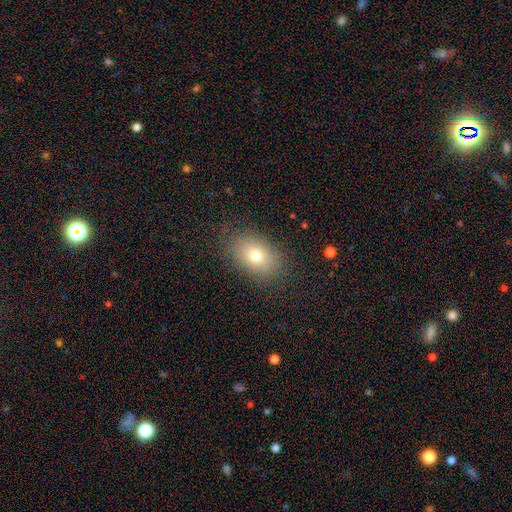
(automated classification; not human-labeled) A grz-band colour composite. It shows a smooth galaxy with no disk features (74%) that is in between round and cigar-shaped (79%). Merging: none (84%).